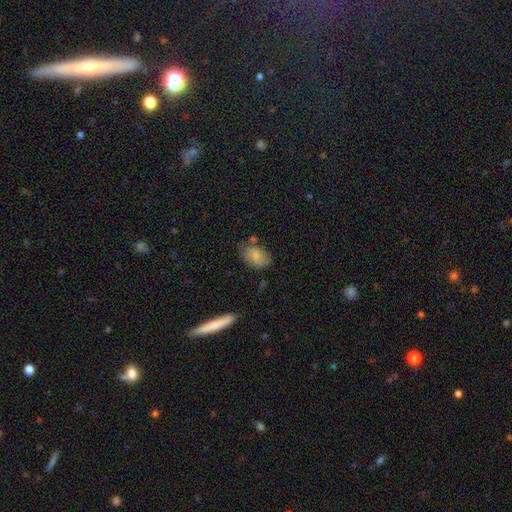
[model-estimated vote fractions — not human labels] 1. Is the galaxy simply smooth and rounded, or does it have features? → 78% smooth, 14% featured or disk, 8% star or artifact.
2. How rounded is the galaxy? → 87% in between, 11% round, 2% cigar-shaped.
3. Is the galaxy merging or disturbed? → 61% none, 25% minor disturbance, 8% major disturbance, 6% merger.